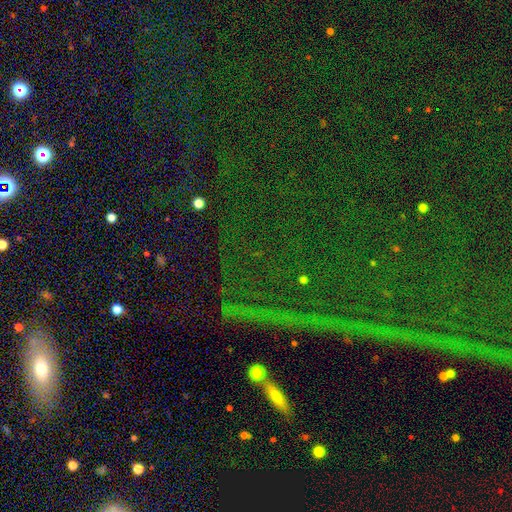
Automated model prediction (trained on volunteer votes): Morphology: type=star or artifact (81%).